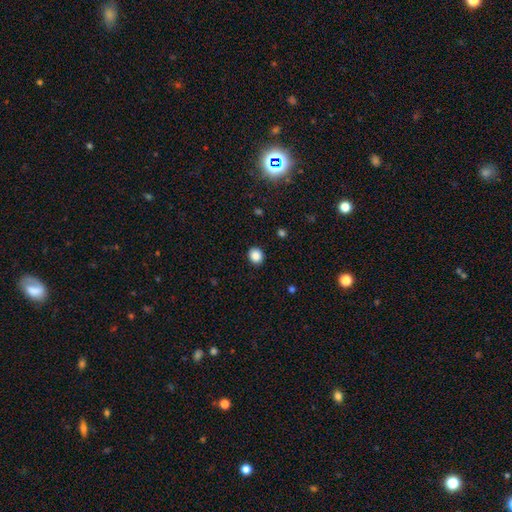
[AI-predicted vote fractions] This is clearly a smooth galaxy (87%). How rounded: likely round (77%). Merging: clearly none (90%).